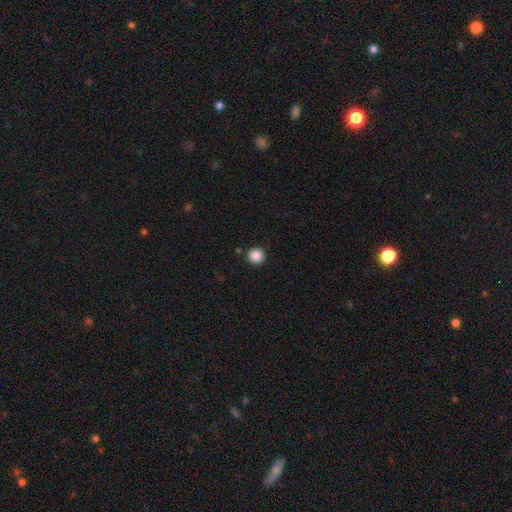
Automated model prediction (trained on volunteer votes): Morphology: type=smooth (88%); roundness=round (94%); merging=none (91%).